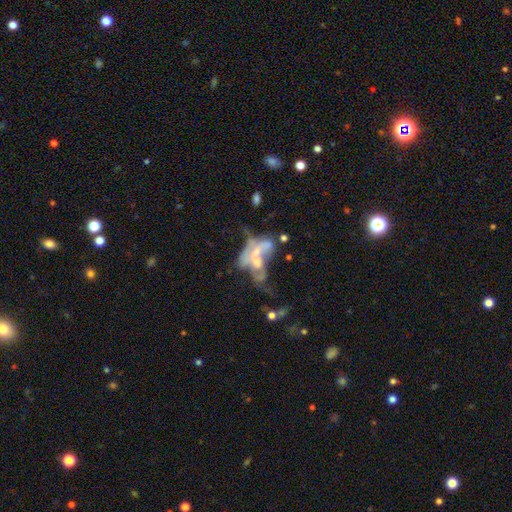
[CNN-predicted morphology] This is likely a featured or disk galaxy (60%). It is clearly not viewed edge-on (94%). Bar: clearly no (80%). Spiral arm pattern: clearly no (80%). Central bulge: marginally moderate (33%). Merging: possibly merger (56%).